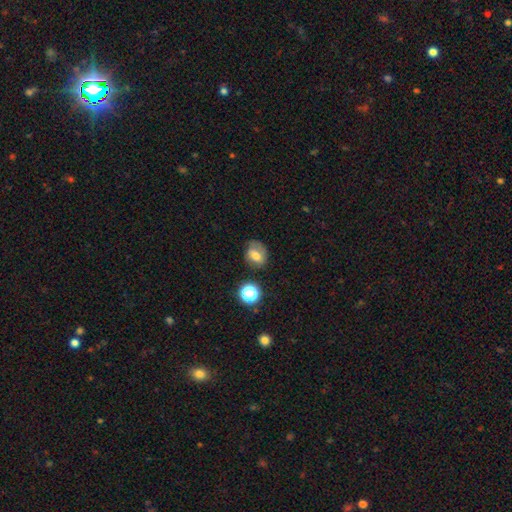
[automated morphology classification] A smooth galaxy with no disk features (63%) that is round (50%).

Vote fractions:
- Smooth or featured? smooth: 63% / featured or disk: 23% / star or artifact: 14%
- How rounded? round: 50% / in between: 49% / cigar-shaped: 1%
- Merging? none: 64% / minor disturbance: 24% / major disturbance: 9% / merger: 4%